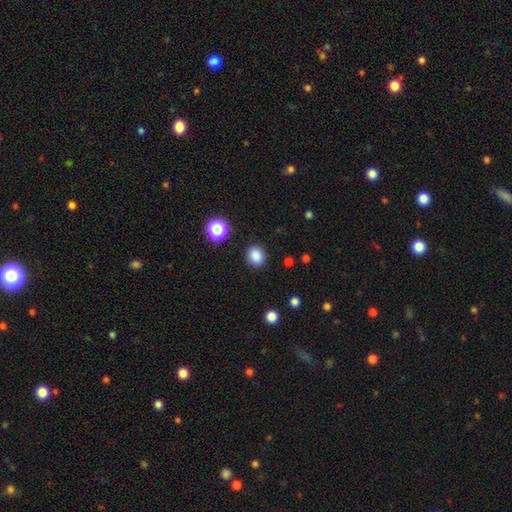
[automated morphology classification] A smooth galaxy with no disk features (85%) that is round (69%).

Vote fractions:
- Smooth or featured? smooth: 85% / star or artifact: 11% / featured or disk: 4%
- How rounded? round: 69% / in between: 30% / cigar-shaped: 1%
- Merging? none: 88% / minor disturbance: 8% / major disturbance: 3% / merger: 2%